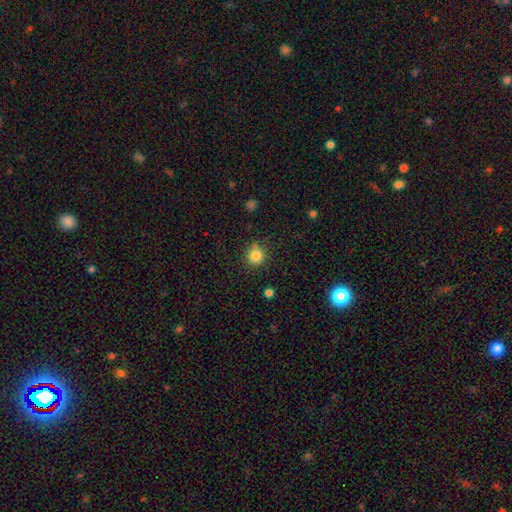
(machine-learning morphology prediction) This appears to be a smooth galaxy with no disk features (83%) that is round (90%). Merging: none (80%).